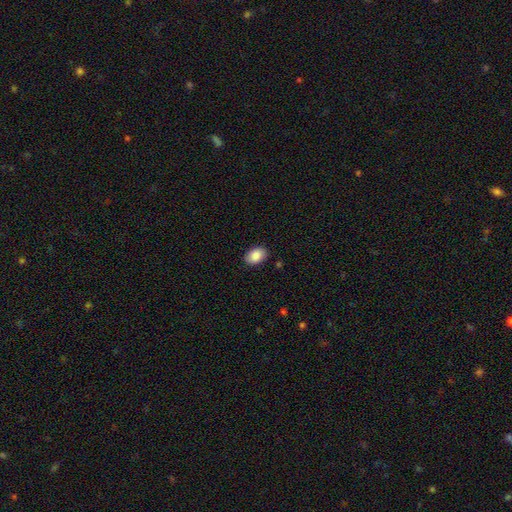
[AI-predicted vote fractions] This appears to be a smooth galaxy with no disk features (89%) that is in between round and cigar-shaped (83%). Merging: none (88%).